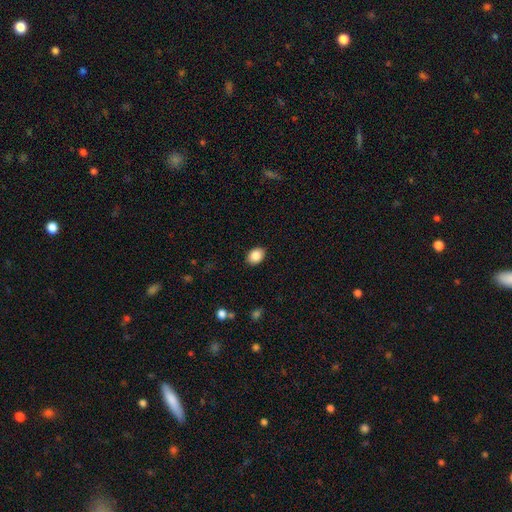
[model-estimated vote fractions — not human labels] smooth_or_featured: smooth (p=0.86) [alt: star or artifact p=0.08]
how_rounded: in between (p=0.71) [alt: round p=0.28]
merging: none (p=0.89) [alt: minor disturbance p=0.08]